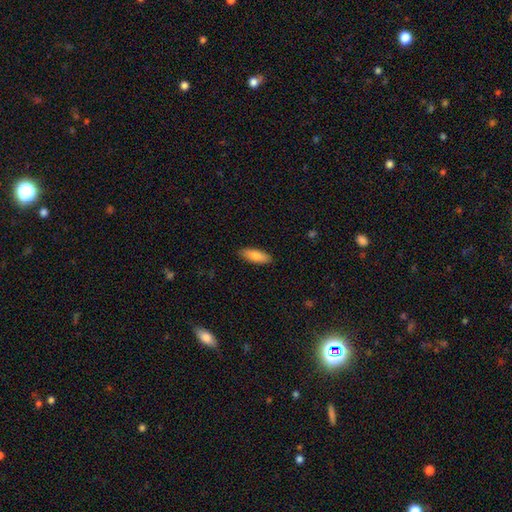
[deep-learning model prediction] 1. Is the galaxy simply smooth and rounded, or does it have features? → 84% smooth, 10% featured or disk, 6% star or artifact.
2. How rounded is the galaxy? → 71% in between, 28% cigar-shaped, 2% round.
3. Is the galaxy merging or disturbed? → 88% none, 9% minor disturbance, 2% major disturbance, 1% merger.